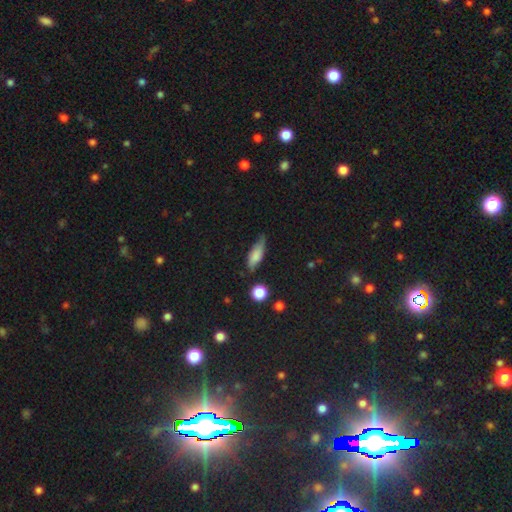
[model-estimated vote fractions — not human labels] smooth-or-featured: smooth: 70% | featured or disk: 21% | star or artifact: 9%
  how-rounded: in between: 56% | cigar-shaped: 40% | round: 4%
  merging: none: 54% | minor disturbance: 35% | major disturbance: 8% | merger: 3%